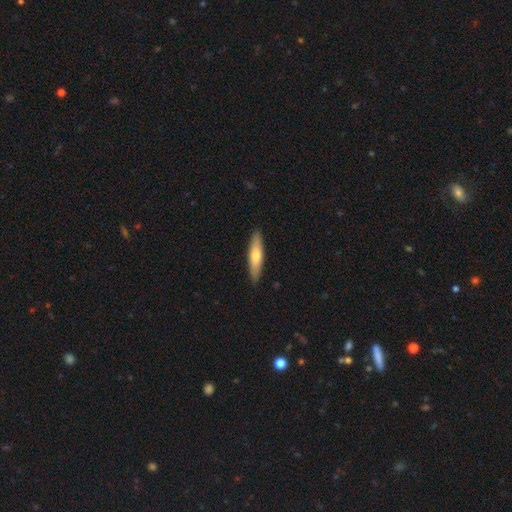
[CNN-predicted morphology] A smooth galaxy with no disk features (62%) that is cigar-shaped (79%). Merging: none (90%).